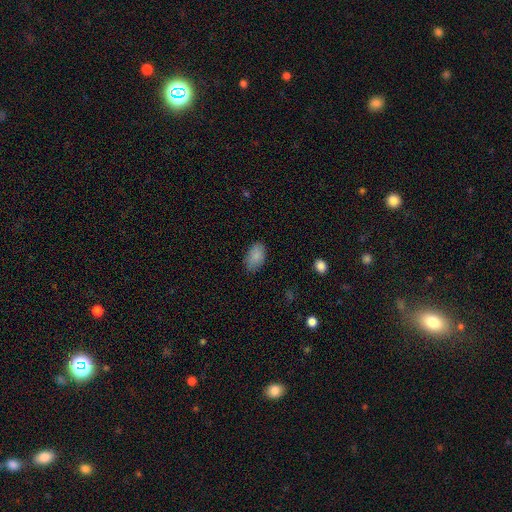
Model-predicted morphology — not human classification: Q: Smooth or featured?
A: smooth (86%); runner-up: star or artifact (8%)
Q: How rounded?
A: in between (93%); runner-up: round (6%)
Q: Merging?
A: none (81%); runner-up: minor disturbance (15%)